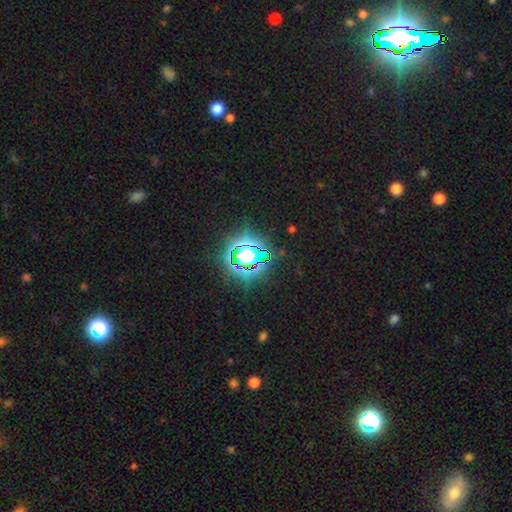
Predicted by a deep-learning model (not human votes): star or artifact 70%, smooth 20%, featured or disk 11%.